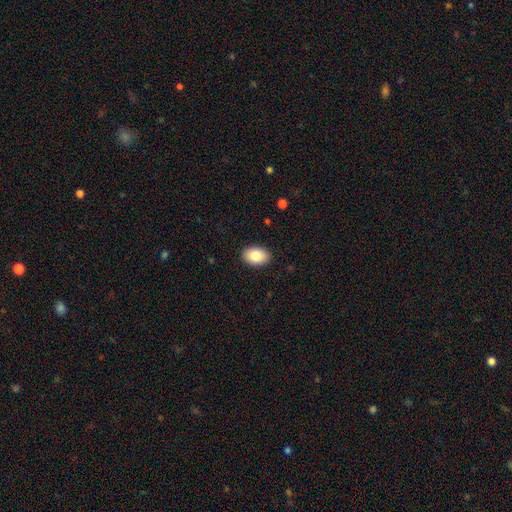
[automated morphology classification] This is clearly a smooth galaxy (84%). How rounded: clearly in between (88%). Merging: clearly none (90%).